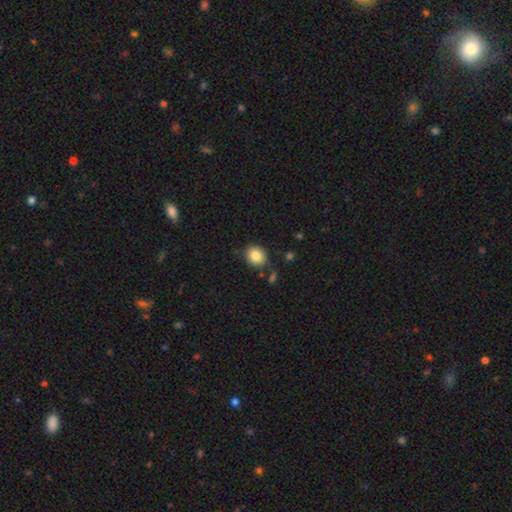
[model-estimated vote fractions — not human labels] The model was most divided on "how rounded": round: 70%, in between: 29%, cigar-shaped: 1%. More confident: smooth or featured — smooth (83%); merging — none (81%).